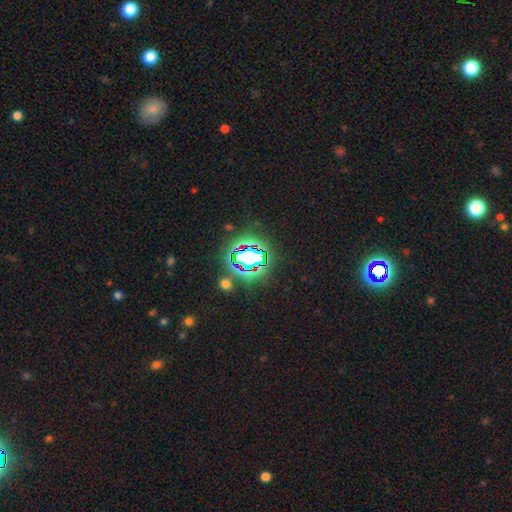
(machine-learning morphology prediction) Overall: star or artifact (79%).